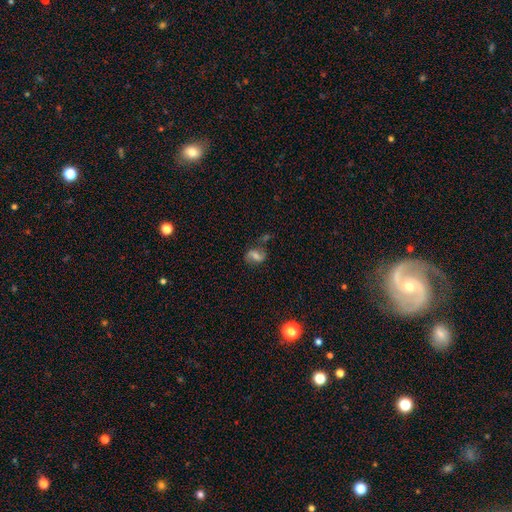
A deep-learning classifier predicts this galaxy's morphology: Smooth or featured: featured or disk — 50% (smooth — 37%)
Merging: none — 62% (minor disturbance — 19%)